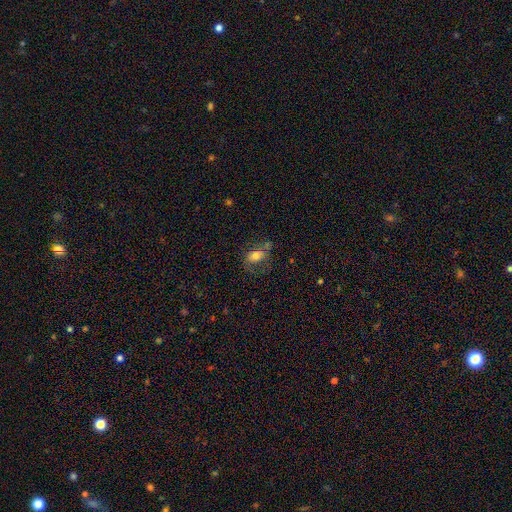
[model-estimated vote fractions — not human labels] Smooth or featured? Predicted: smooth (p=0.70). How rounded? Predicted: in between (p=0.73). Merging? Predicted: none (p=0.50).